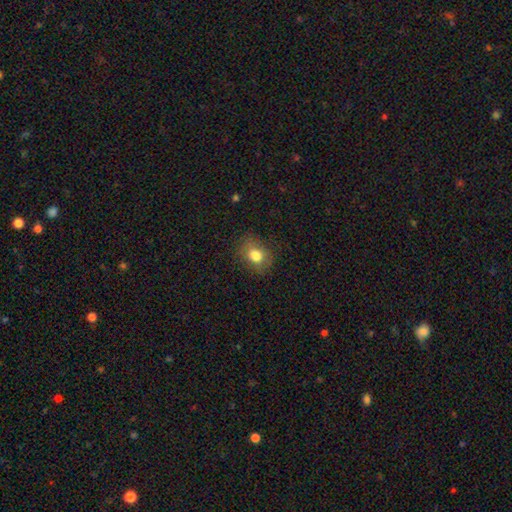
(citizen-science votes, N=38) Overall: smooth (84%). How rounded: in between (59%; round 41%). Merging: none (64%).